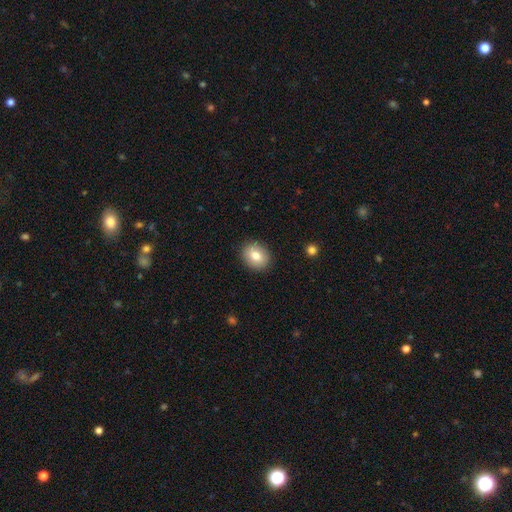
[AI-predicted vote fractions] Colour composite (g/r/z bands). It shows a smooth galaxy with no disk features (79%) that is round (54%). Merging: none (89%).